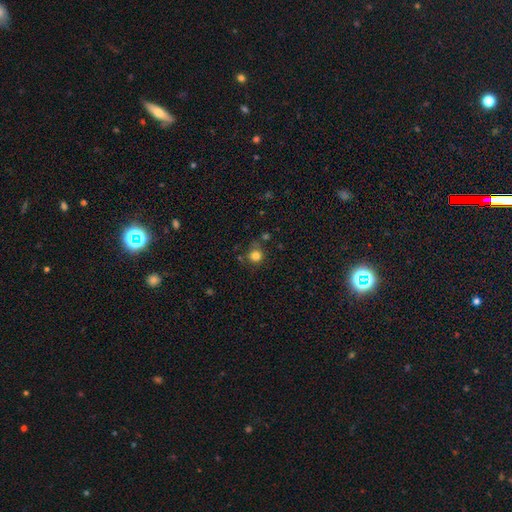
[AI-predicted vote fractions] A smooth galaxy with no disk features (81%) that is round (90%). Merging: none (71%).